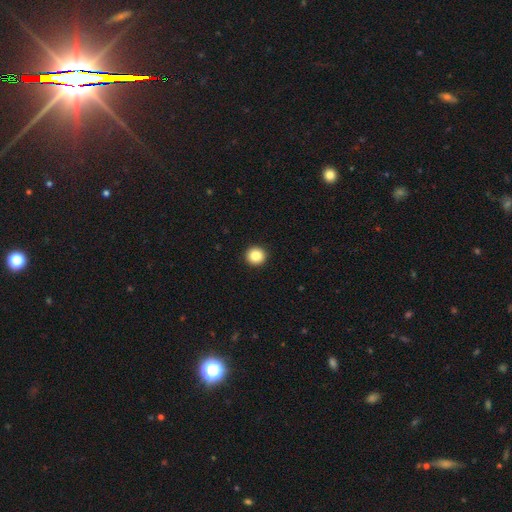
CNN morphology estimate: smooth_or_featured: smooth (p=0.86) [alt: star or artifact p=0.09]
how_rounded: round (p=0.93) [alt: in between p=0.06]
merging: none (p=0.94) [alt: minor disturbance p=0.04]